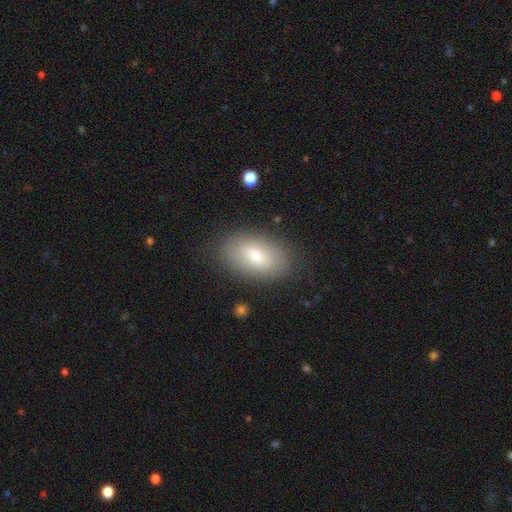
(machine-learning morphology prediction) A smooth galaxy with no disk features (73%) that is in between round and cigar-shaped (92%).

Vote fractions:
- Smooth or featured? smooth: 73% / featured or disk: 18% / star or artifact: 9%
- How rounded? in between: 92% / round: 6% / cigar-shaped: 2%
- Merging? none: 84% / minor disturbance: 11% / major disturbance: 4% / merger: 1%